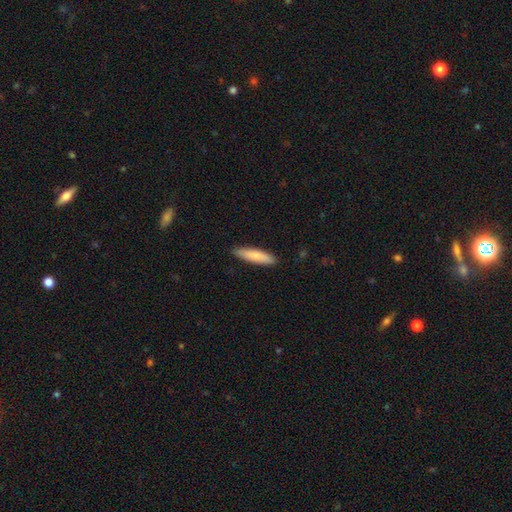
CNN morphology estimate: The model was most divided on "how rounded": cigar-shaped: 73%, in between: 26%, round: 1%. More confident: merging — none (88%); smooth or featured — smooth (81%).